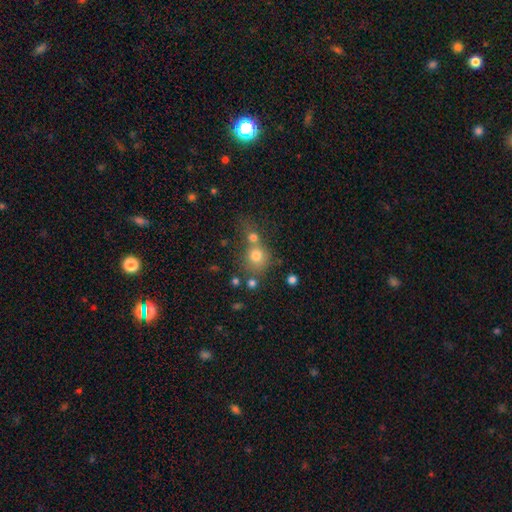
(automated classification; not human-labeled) This is likely a smooth galaxy (74%). How rounded: clearly round (84%). Merging: possibly merger (46%).